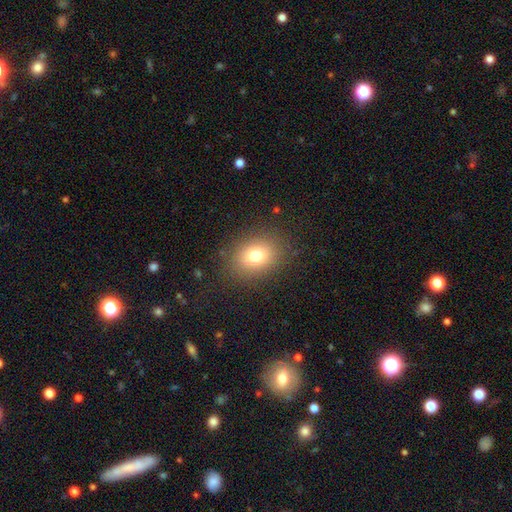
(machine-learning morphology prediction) This appears to be a smooth galaxy with no disk features (76%) that is in between round and cigar-shaped (55%). Merging: none (85%).